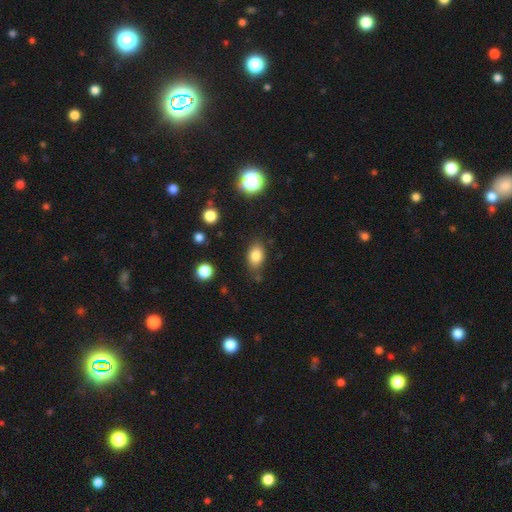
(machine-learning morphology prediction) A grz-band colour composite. It shows a smooth galaxy with no disk features (82%) that is in between round and cigar-shaped (83%). Merging: none (77%).